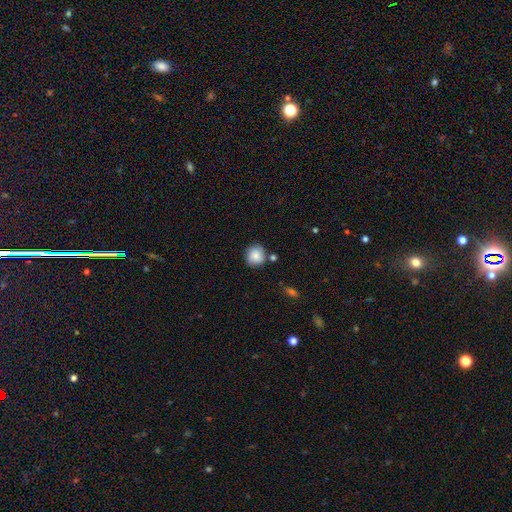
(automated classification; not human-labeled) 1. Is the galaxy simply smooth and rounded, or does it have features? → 83% smooth, 9% featured or disk, 8% star or artifact.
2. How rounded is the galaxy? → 88% round, 11% in between, 1% cigar-shaped.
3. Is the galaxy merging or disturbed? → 78% none, 13% minor disturbance, 6% merger, 3% major disturbance.